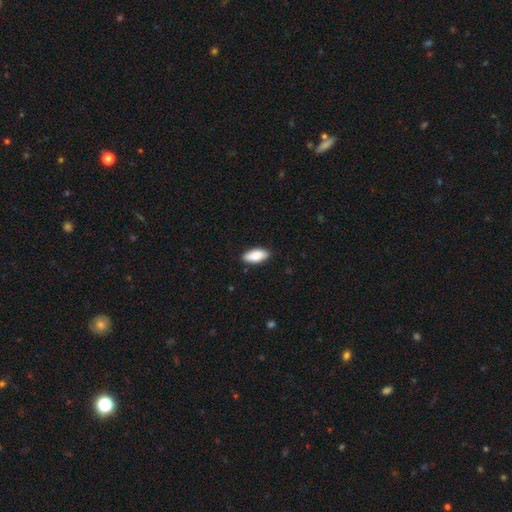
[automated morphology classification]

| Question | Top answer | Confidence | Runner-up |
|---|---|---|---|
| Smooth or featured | smooth | 88% | featured or disk (6%) |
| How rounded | in between | 87% | cigar-shaped (11%) |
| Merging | none | 86% | minor disturbance (11%) |